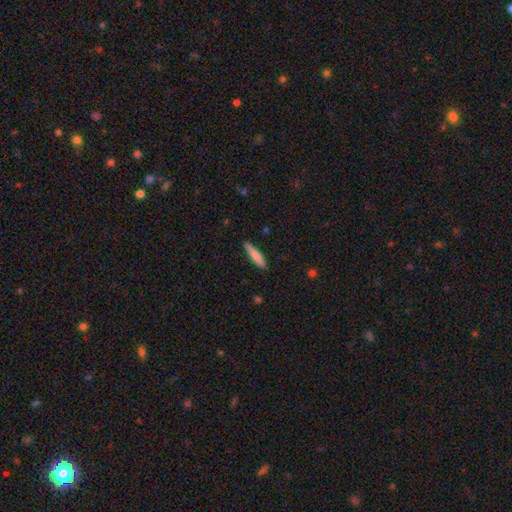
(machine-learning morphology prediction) smooth_or_featured: smooth (p=0.77) [alt: featured or disk p=0.18]
how_rounded: cigar-shaped (p=0.85) [alt: in between p=0.13]
merging: none (p=0.87) [alt: minor disturbance p=0.10]